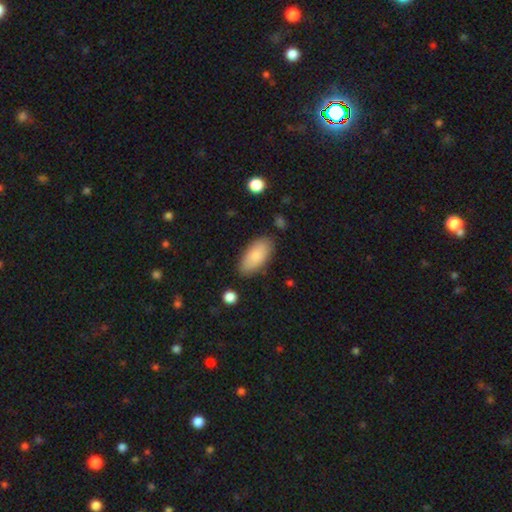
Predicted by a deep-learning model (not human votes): Overall: smooth (80%). How rounded: in between (92%). Merging: none (81%).